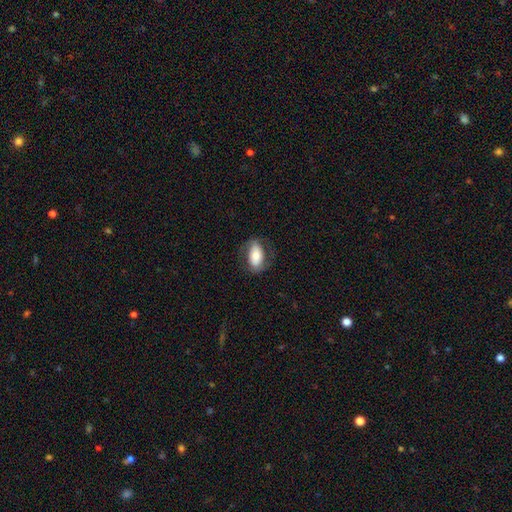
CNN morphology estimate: smooth-or-featured: smooth: 65% | featured or disk: 29% | star or artifact: 7%
  how-rounded: in between: 91% | round: 6% | cigar-shaped: 4%
  merging: none: 71% | minor disturbance: 19% | major disturbance: 9% | merger: 1%